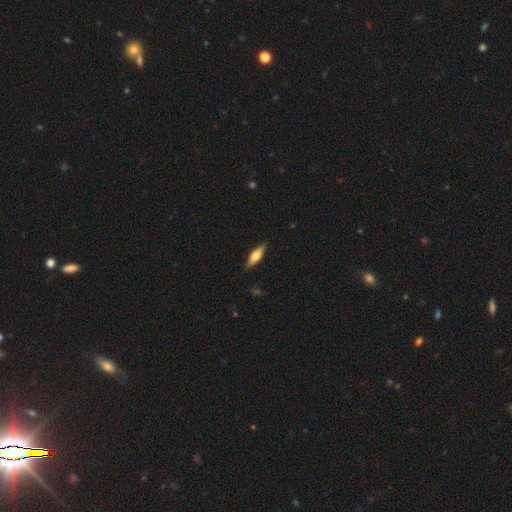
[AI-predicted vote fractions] Overall: smooth (59%; featured or disk 35%). How rounded: cigar-shaped (50%; in between 48%). Merging: none (88%).